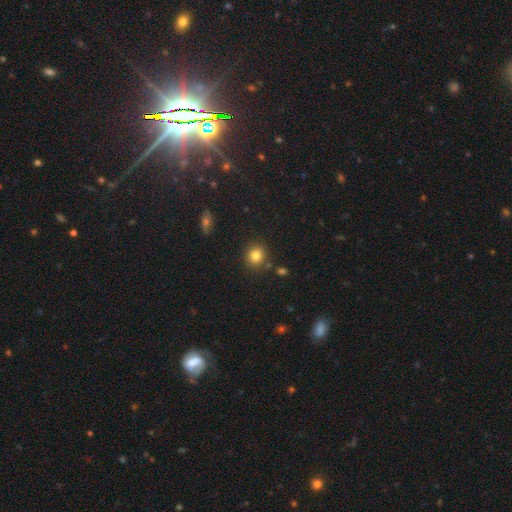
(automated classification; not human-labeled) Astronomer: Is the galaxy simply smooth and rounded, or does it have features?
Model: smooth — 82%.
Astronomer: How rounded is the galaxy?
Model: round — 85%.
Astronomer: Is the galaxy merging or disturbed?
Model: none — 85%.